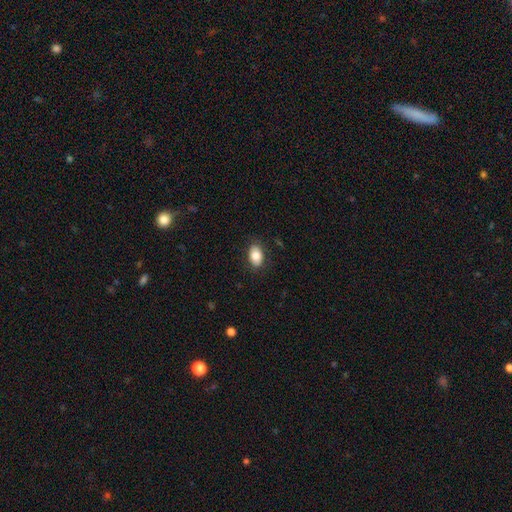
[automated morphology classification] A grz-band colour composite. It shows a smooth galaxy with no disk features (84%) that is in between round and cigar-shaped (88%). Merging: none (85%).